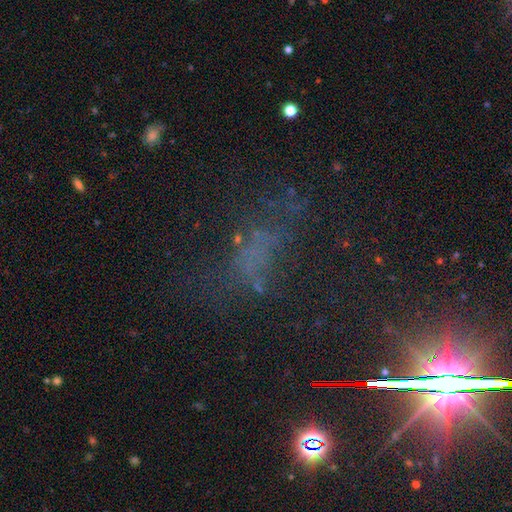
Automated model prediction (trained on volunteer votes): Morphology: type=star or artifact (46%).